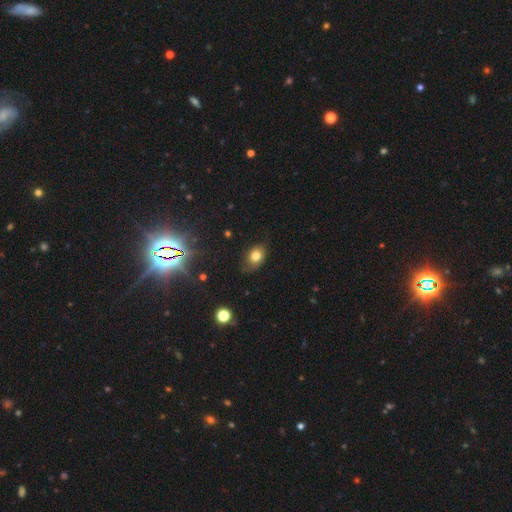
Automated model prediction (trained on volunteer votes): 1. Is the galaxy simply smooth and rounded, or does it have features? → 75% smooth, 13% star or artifact, 12% featured or disk.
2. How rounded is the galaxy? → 72% in between, 27% round, 1% cigar-shaped.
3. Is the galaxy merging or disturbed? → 68% none, 25% minor disturbance, 6% major disturbance, 2% merger.